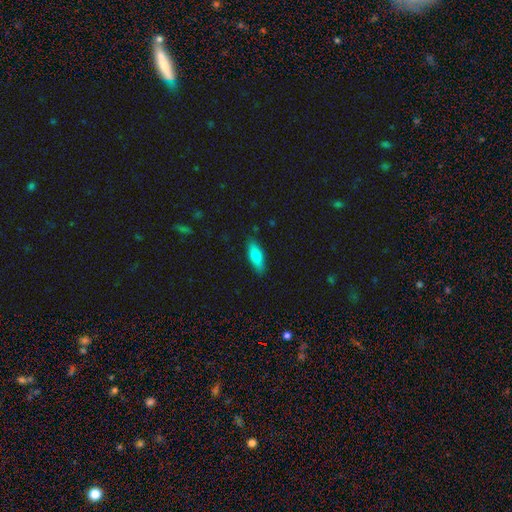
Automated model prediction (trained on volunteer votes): Smooth or featured? Predicted: smooth (p=0.74). How rounded? Predicted: in between (p=0.61). Merging? Predicted: none (p=0.87).